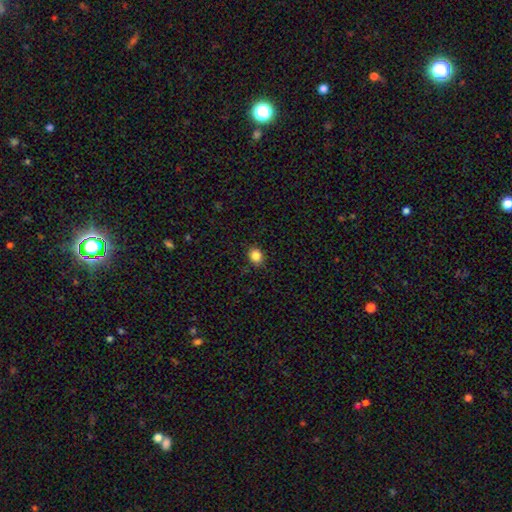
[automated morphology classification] smooth_or_featured: smooth (p=0.85) [alt: star or artifact p=0.11]
how_rounded: round (p=0.70) [alt: in between p=0.29]
merging: none (p=0.89) [alt: minor disturbance p=0.08]